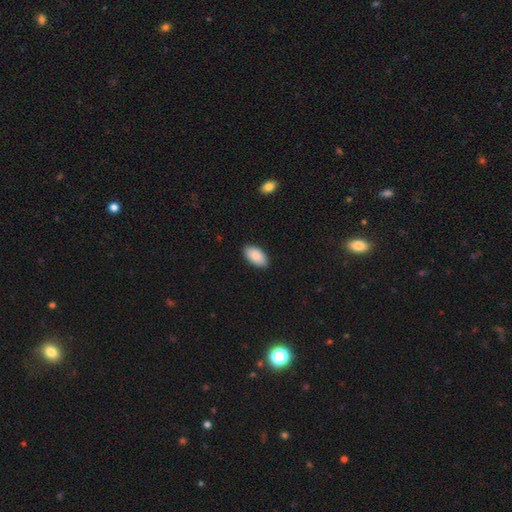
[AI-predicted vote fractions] smooth_or_featured: smooth (p=0.89) [alt: star or artifact p=0.06]
how_rounded: in between (p=0.96) [alt: cigar-shaped p=0.02]
merging: none (p=0.89) [alt: minor disturbance p=0.08]